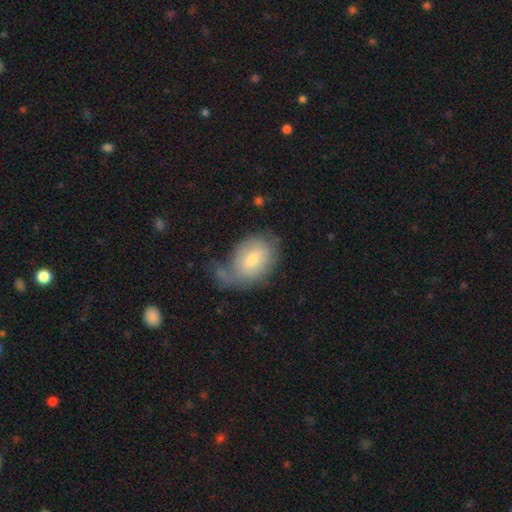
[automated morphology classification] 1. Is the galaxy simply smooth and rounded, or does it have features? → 63% smooth, 30% featured or disk, 7% star or artifact.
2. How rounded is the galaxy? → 75% in between, 24% round, 1% cigar-shaped.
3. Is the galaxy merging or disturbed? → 35% none, 26% minor disturbance, 24% major disturbance, 15% merger.